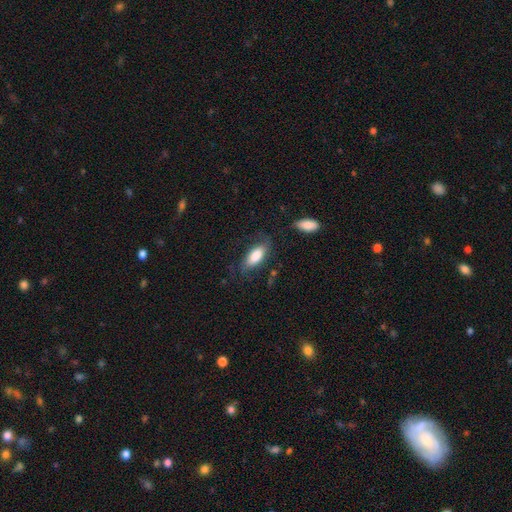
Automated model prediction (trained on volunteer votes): This appears to be a smooth galaxy with no disk features (73%) that is in between round and cigar-shaped (81%). Merging: none (65%).